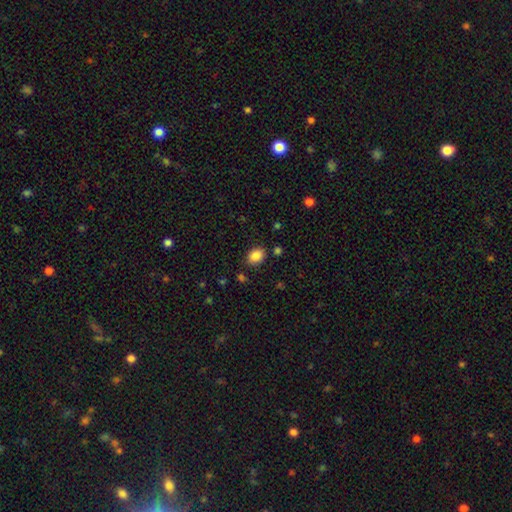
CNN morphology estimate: Smooth or featured?
  - smooth: 87% *
  - star or artifact: 9%
  - featured or disk: 4%
How rounded?
  - in between: 77% *
  - round: 22%
  - cigar-shaped: 1%
Merging?
  - none: 82% *
  - minor disturbance: 11%
  - major disturbance: 3%
  - merger: 3%